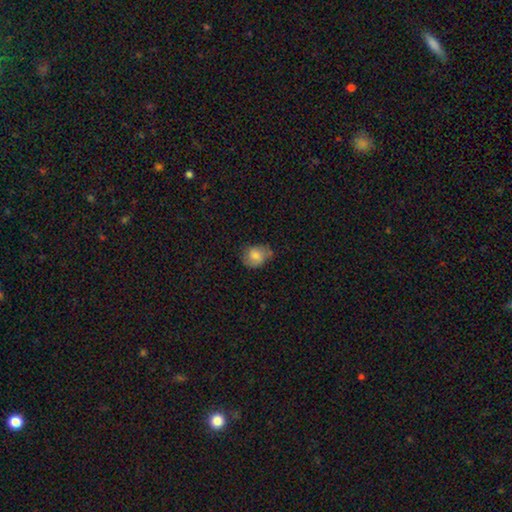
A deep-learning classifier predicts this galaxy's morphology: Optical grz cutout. It shows a smooth galaxy with no disk features (73%) that is in between round and cigar-shaped (51%). Merging: none (59%).